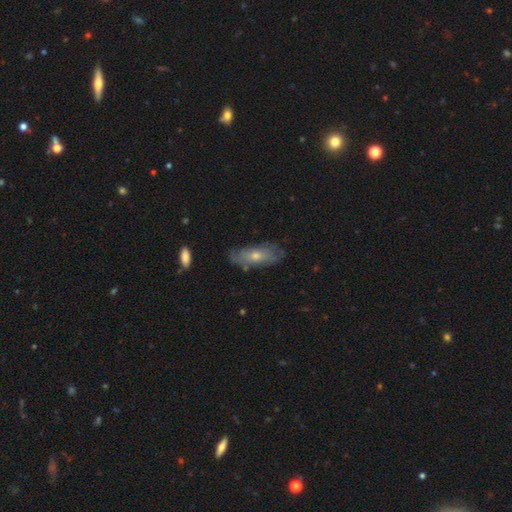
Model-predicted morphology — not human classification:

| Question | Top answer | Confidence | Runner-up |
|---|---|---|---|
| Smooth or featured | featured or disk | 48% | smooth (43%) |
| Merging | none | 75% | minor disturbance (18%) |